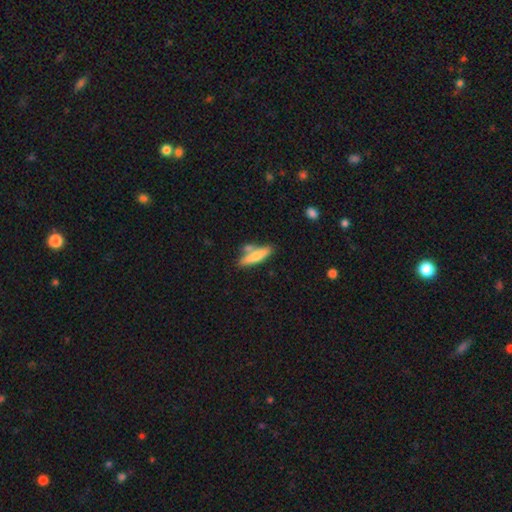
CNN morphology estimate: This is likely a smooth galaxy (67%). How rounded: likely cigar-shaped (76%). Merging: likely none (63%).